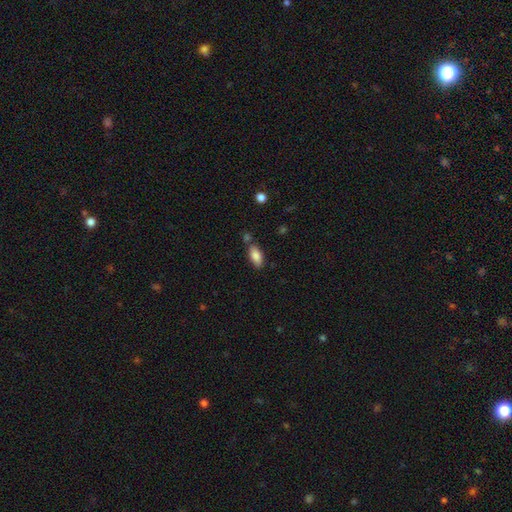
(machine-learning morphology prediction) The model was most divided on "merging": none: 69%, minor disturbance: 15%, merger: 12%, major disturbance: 3%. More confident: how rounded — in between (88%); smooth or featured — smooth (85%).